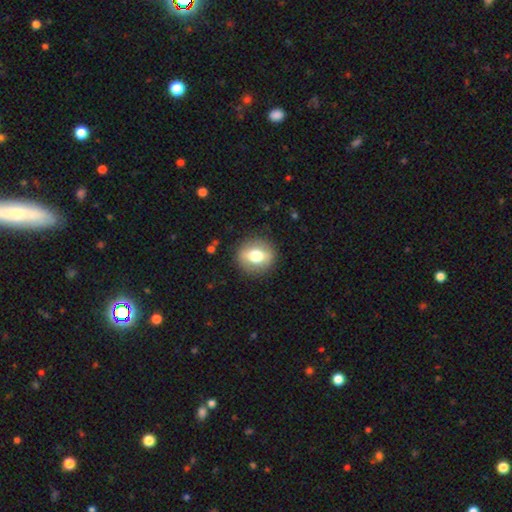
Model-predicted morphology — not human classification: The model was most divided on "smooth or featured": smooth: 59%, featured or disk: 34%, star or artifact: 8%. More confident: merging — none (88%); how rounded — round (76%).